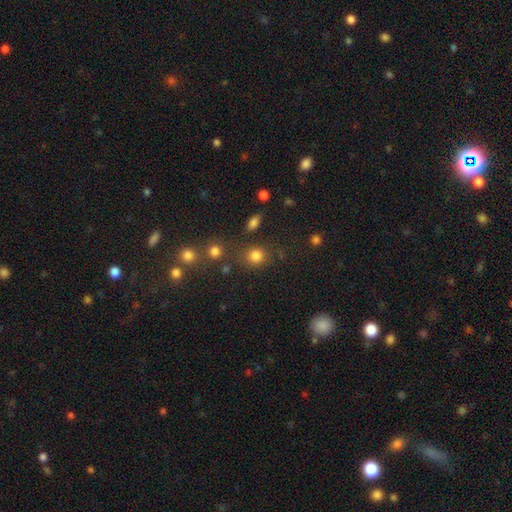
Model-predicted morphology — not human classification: Smooth or featured: smooth — 81% (star or artifact — 13%)
How rounded: round — 81% (in between — 18%)
Merging: none — 72% (minor disturbance — 12%)